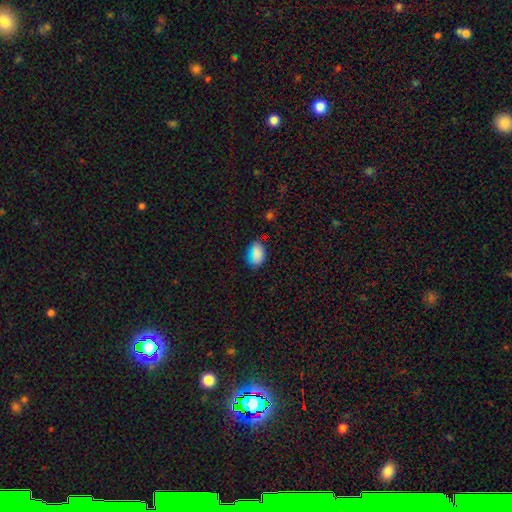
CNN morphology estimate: Q: Smooth or featured?
A: smooth (76%); runner-up: star or artifact (19%)
Q: How rounded?
A: in between (85%); runner-up: round (12%)
Q: Merging?
A: none (82%); runner-up: minor disturbance (13%)